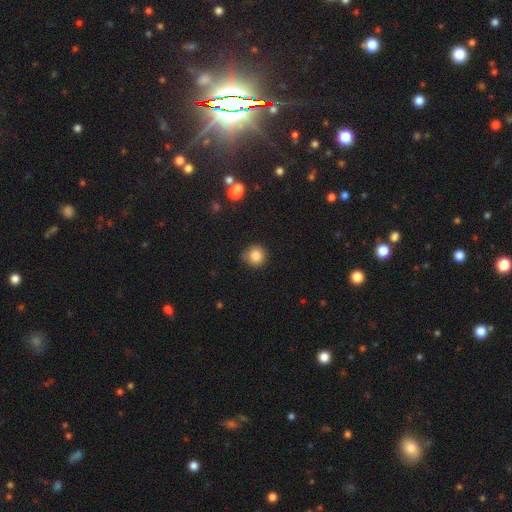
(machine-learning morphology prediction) smooth-or-featured: smooth: 84% | star or artifact: 10% | featured or disk: 6%
  how-rounded: round: 91% | in between: 8% | cigar-shaped: 1%
  merging: none: 77% | minor disturbance: 18% | major disturbance: 3% | merger: 2%